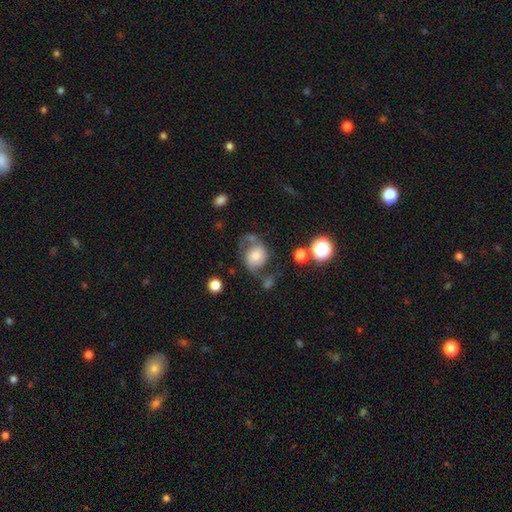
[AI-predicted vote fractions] Smooth or featured? featured or disk (56%)
Edge-on disk? no (97%)
Bar? no (70%)
Spiral arms? yes (82%)
Bulge size? moderate (54%)
Merging? none (46%)